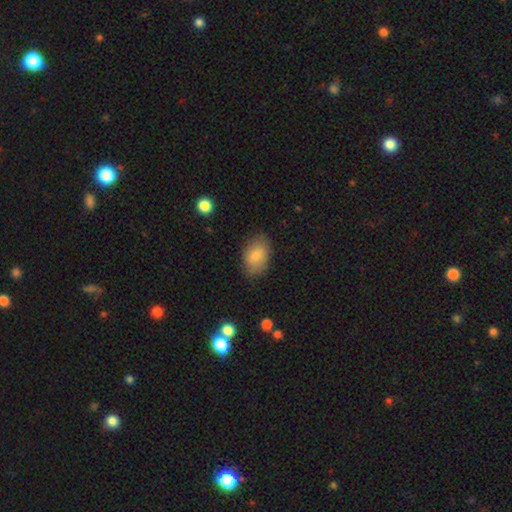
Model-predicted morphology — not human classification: This is clearly a smooth galaxy (81%). How rounded: clearly in between (89%). Merging: clearly none (82%).